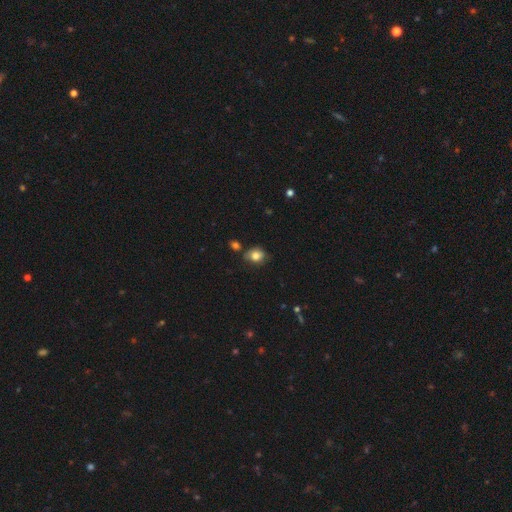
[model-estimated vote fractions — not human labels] Smooth or featured? smooth (80%)
How rounded? round (49%, tied with in between)
Merging? none (67%)